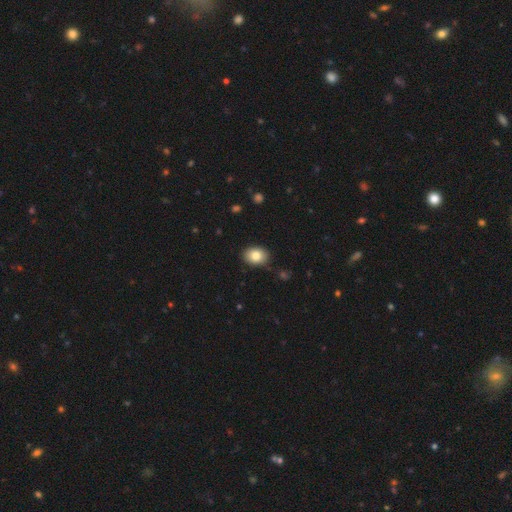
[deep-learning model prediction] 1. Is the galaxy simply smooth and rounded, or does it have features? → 84% smooth, 8% featured or disk, 8% star or artifact.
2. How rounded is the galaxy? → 68% in between, 31% round, 1% cigar-shaped.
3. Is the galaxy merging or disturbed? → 87% none, 10% minor disturbance, 2% major disturbance, 1% merger.